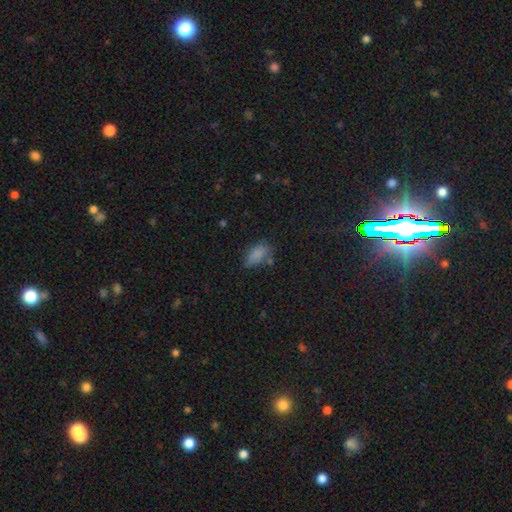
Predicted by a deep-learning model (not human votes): This appears to be a smooth galaxy with no disk features (76%) that is in between round and cigar-shaped (87%). Merging: none (56%).